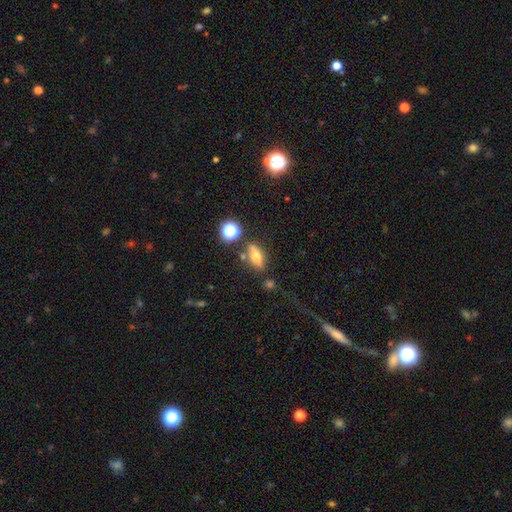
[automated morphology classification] smooth_or_featured: smooth (p=0.60) [alt: featured or disk p=0.26]
how_rounded: in between (p=0.64) [alt: cigar-shaped p=0.25]
merging: none (p=0.71) [alt: minor disturbance p=0.15]